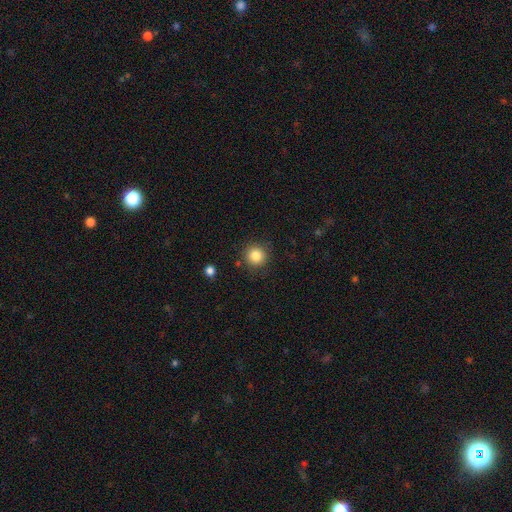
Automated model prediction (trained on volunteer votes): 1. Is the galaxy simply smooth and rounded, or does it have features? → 84% smooth, 11% star or artifact, 5% featured or disk.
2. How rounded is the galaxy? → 94% round, 5% in between, 1% cigar-shaped.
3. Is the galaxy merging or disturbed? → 88% none, 7% minor disturbance, 2% major disturbance, 2% merger.